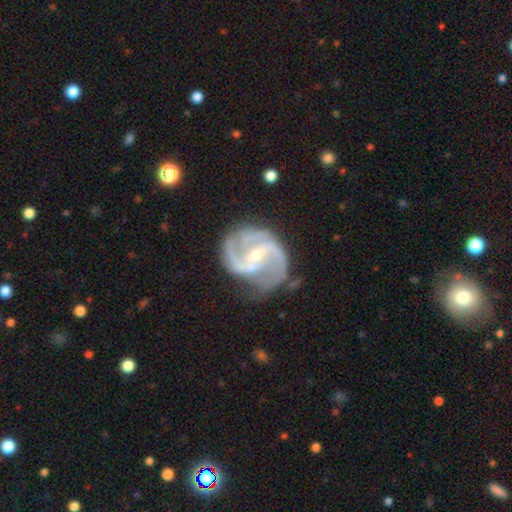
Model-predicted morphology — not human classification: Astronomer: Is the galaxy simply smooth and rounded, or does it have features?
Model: featured or disk — 92%.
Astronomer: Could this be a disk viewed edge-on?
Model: no — 98%.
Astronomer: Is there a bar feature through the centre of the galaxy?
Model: weak — 44% (runner-up: strong, 39%).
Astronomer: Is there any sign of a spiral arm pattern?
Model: yes — 98%.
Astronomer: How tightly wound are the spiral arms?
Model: medium — 55%.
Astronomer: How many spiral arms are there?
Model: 2 — 60%.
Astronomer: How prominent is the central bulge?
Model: small — 62%.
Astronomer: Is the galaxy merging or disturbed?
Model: none — 59%.